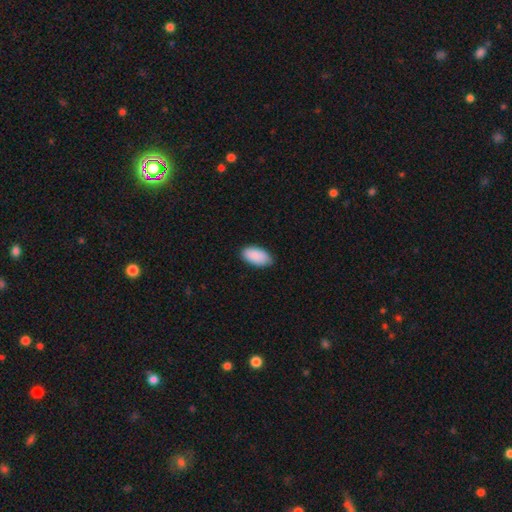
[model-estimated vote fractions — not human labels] A smooth galaxy with no disk features (91%) that is in between round and cigar-shaped (96%). Merging: none (81%).